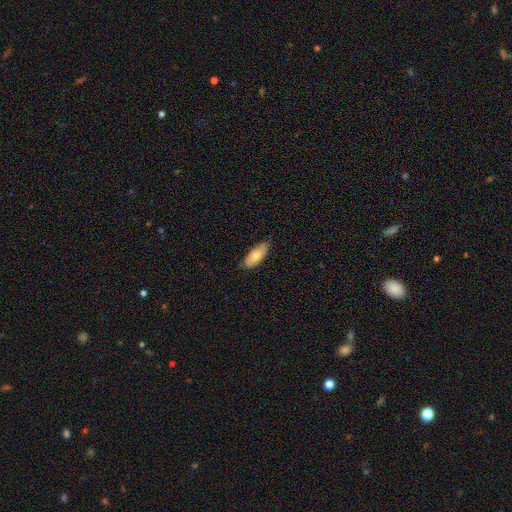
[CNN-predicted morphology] smooth_or_featured: smooth (p=0.77) [alt: featured or disk p=0.17]
how_rounded: in between (p=0.81) [alt: cigar-shaped p=0.17]
merging: none (p=0.78) [alt: minor disturbance p=0.19]